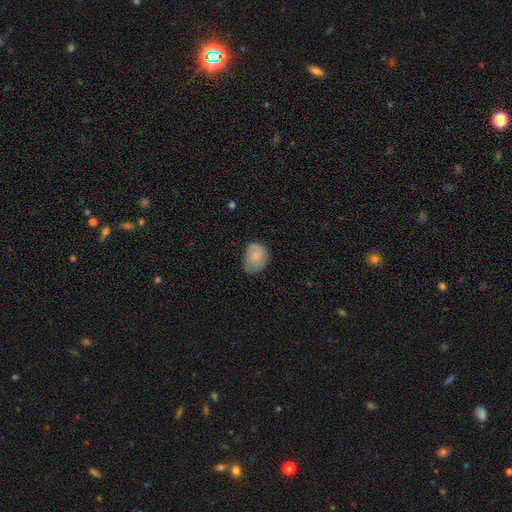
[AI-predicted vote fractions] smooth-or-featured: smooth: 78% | featured or disk: 15% | star or artifact: 8%
  how-rounded: in between: 59% | round: 40% | cigar-shaped: 1%
  merging: none: 44% | minor disturbance: 41% | major disturbance: 12% | merger: 2%